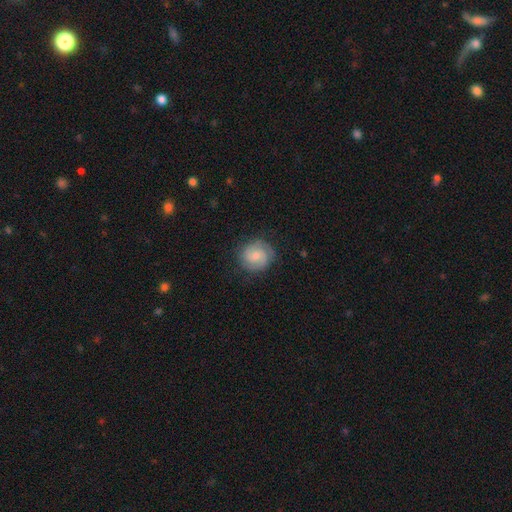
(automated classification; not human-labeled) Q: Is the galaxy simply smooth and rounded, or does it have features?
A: featured or disk — 61%.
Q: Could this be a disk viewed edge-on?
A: no — 98%.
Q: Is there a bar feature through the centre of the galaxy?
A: no — 57%.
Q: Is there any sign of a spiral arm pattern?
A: yes — 93%.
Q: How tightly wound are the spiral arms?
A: tight — 50%.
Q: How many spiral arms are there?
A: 2 — 78%.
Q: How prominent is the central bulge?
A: small — 46%.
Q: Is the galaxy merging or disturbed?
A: none — 83%.